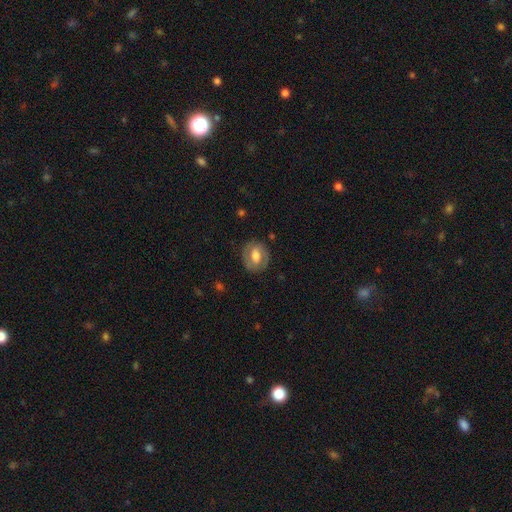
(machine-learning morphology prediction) smooth_or_featured: featured or disk (p=0.52) [alt: smooth p=0.42]
disk_edge_on: no (p=0.95) [alt: yes p=0.05]
merging: none (p=0.81) [alt: minor disturbance p=0.13]